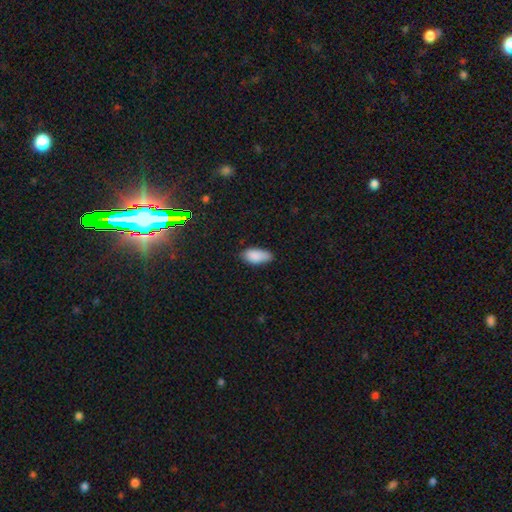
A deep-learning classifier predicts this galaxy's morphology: A smooth galaxy with no disk features (88%) that is in between round and cigar-shaped (90%).

Vote fractions:
- Smooth or featured? smooth: 88% / star or artifact: 7% / featured or disk: 5%
- How rounded? in between: 90% / cigar-shaped: 7% / round: 2%
- Merging? none: 72% / minor disturbance: 23% / major disturbance: 3% / merger: 1%